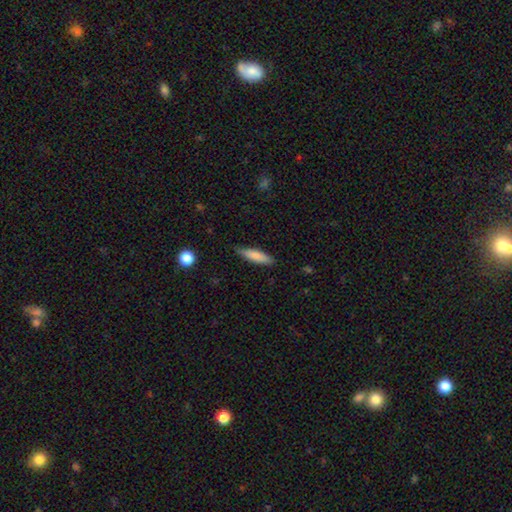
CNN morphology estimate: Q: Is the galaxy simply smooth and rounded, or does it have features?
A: smooth — 82%.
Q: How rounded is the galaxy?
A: cigar-shaped — 67%.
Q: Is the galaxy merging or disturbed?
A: none — 80%.